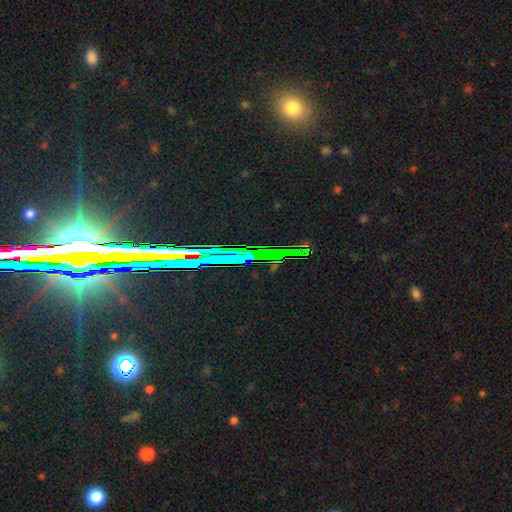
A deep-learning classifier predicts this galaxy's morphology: Smooth or featured? Predicted: star or artifact (p=0.81).